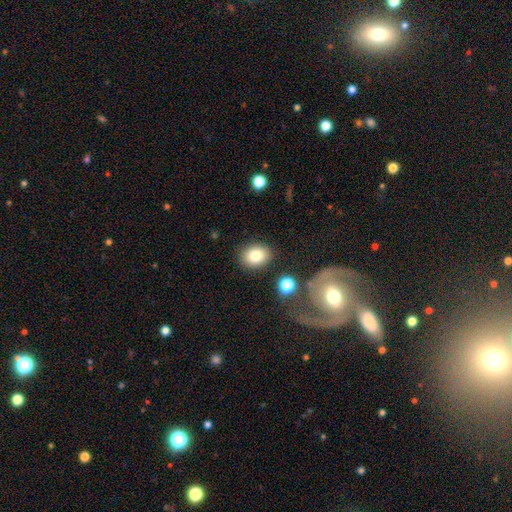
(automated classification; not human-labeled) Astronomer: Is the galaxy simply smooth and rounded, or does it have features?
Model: smooth — 82%.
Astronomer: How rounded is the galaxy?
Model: in between — 60% (runner-up: round, 39%).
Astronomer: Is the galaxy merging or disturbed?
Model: none — 84%.